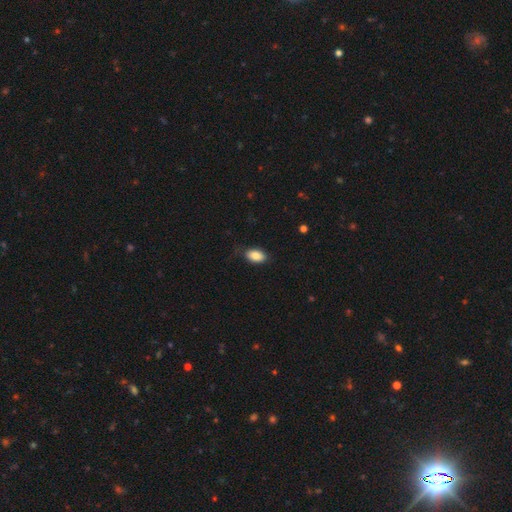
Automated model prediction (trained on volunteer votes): A smooth galaxy with no disk features (85%) that is in between round and cigar-shaped (92%). Merging: none (77%).